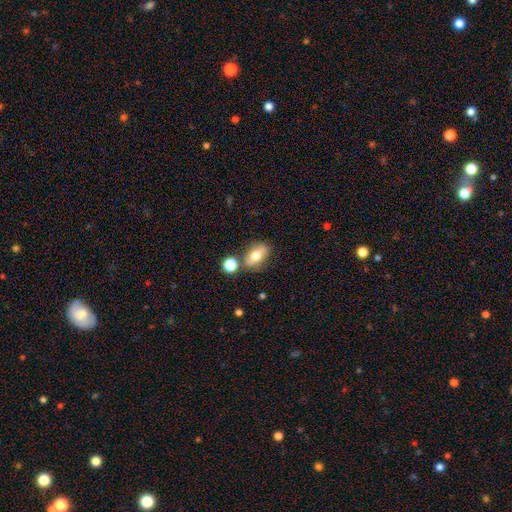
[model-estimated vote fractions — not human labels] Smooth or featured? Predicted: smooth (p=0.63). How rounded? Predicted: in between (p=0.80). Merging? Predicted: none (p=0.72).